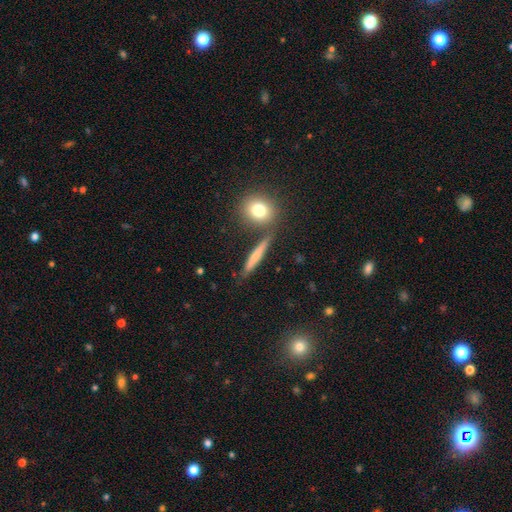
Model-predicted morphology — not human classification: Smooth or featured?
  - smooth: 62% *
  - featured or disk: 30%
  - star or artifact: 8%
How rounded?
  - cigar-shaped: 86% *
  - in between: 7%
  - round: 7%
Merging?
  - none: 81% *
  - minor disturbance: 10%
  - merger: 6%
  - major disturbance: 3%